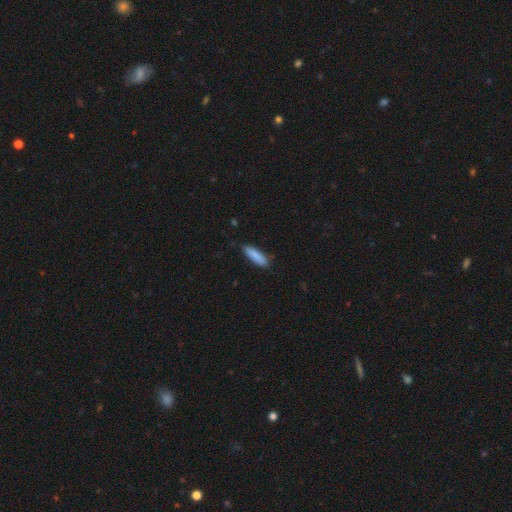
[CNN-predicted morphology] smooth-or-featured: smooth: 88% | star or artifact: 6% | featured or disk: 6%
  how-rounded: cigar-shaped: 66% | in between: 33% | round: 1%
  merging: none: 84% | minor disturbance: 13% | major disturbance: 2% | merger: 1%